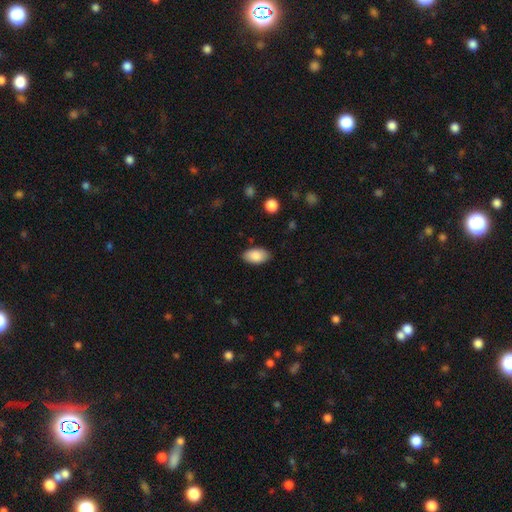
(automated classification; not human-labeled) Smooth or featured? smooth (88%)
How rounded? in between (95%)
Merging? none (86%)